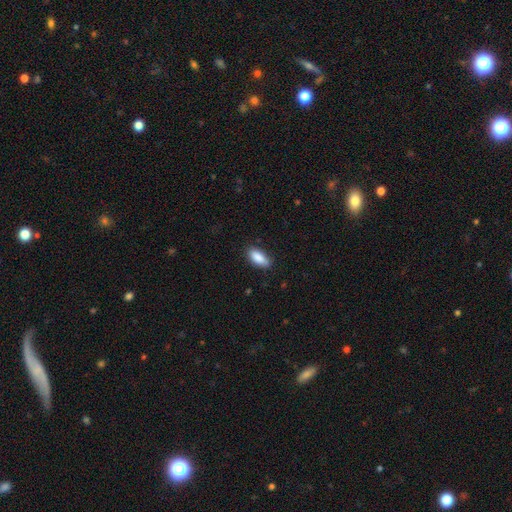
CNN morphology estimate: Smooth or featured? smooth (87%)
How rounded? in between (87%)
Merging? none (81%)